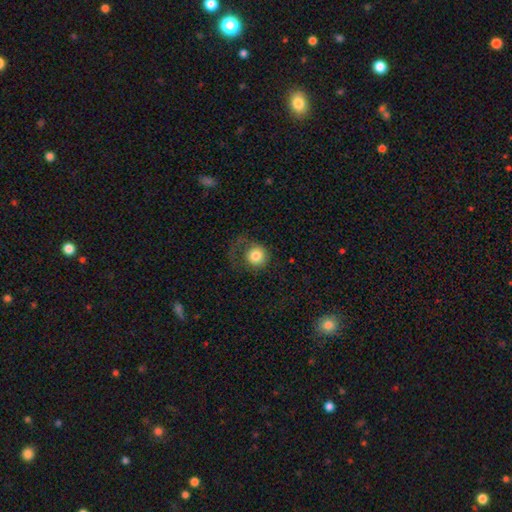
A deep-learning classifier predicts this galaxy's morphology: Smooth or featured? smooth (78%)
How rounded? round (89%)
Merging? none (46%)